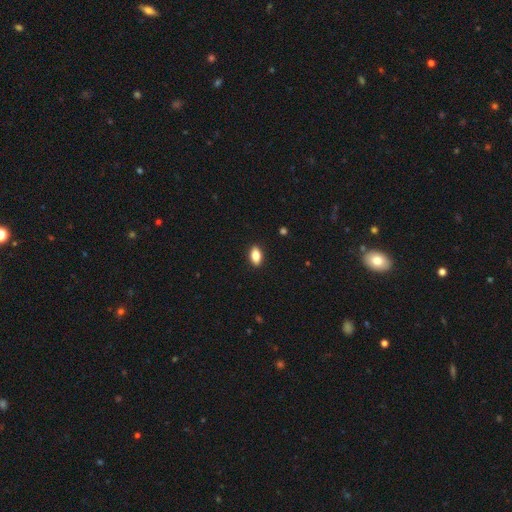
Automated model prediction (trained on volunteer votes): A smooth galaxy with no disk features (83%) that is in between round and cigar-shaped (89%). Merging: none (90%).